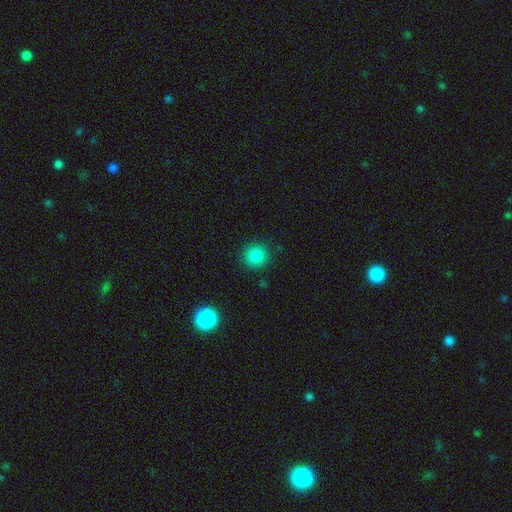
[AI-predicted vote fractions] A smooth galaxy with no disk features (84%) that is round (93%).

Vote fractions:
- Smooth or featured? smooth: 84% / star or artifact: 11% / featured or disk: 5%
- How rounded? round: 93% / in between: 6% / cigar-shaped: 1%
- Merging? none: 89% / minor disturbance: 7% / major disturbance: 2% / merger: 1%